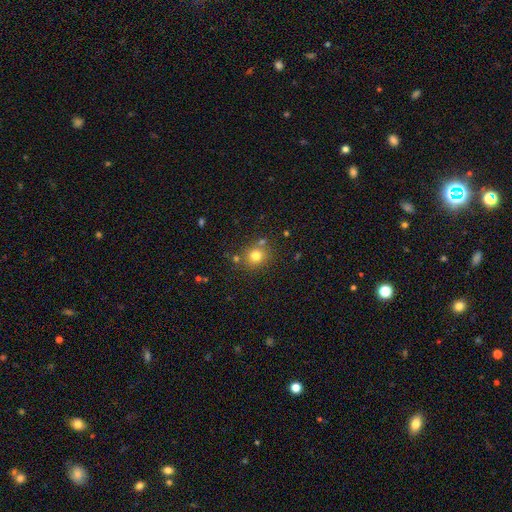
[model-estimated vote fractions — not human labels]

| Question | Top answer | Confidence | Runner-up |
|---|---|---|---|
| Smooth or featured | smooth | 76% | star or artifact (15%) |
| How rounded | round | 84% | in between (15%) |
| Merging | none | 77% | minor disturbance (10%) |